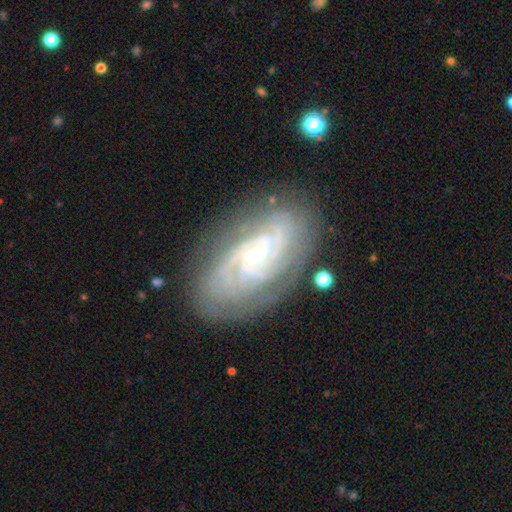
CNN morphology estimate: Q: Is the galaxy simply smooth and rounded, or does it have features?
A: featured or disk — 88%.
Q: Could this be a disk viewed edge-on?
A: no — 96%.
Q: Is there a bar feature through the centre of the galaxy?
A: no — 52%.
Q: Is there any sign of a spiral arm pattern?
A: yes — 97%.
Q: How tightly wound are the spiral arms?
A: tight — 67%.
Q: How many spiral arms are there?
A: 2 — 30%.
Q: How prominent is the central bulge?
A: small — 72%.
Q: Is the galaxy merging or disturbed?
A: none — 79%.